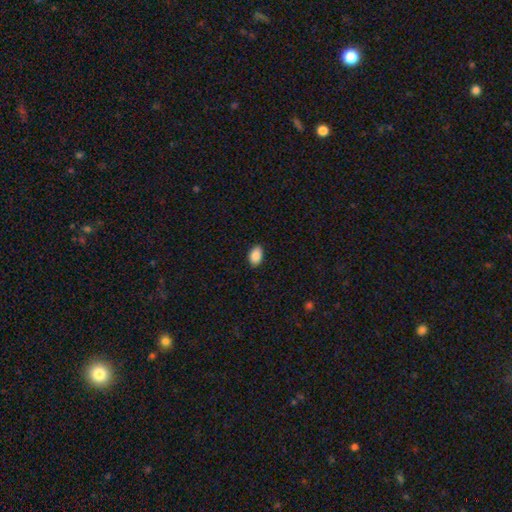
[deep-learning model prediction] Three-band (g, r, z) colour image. It shows a smooth galaxy with no disk features (89%) that is in between round and cigar-shaped (89%). Merging: none (89%).